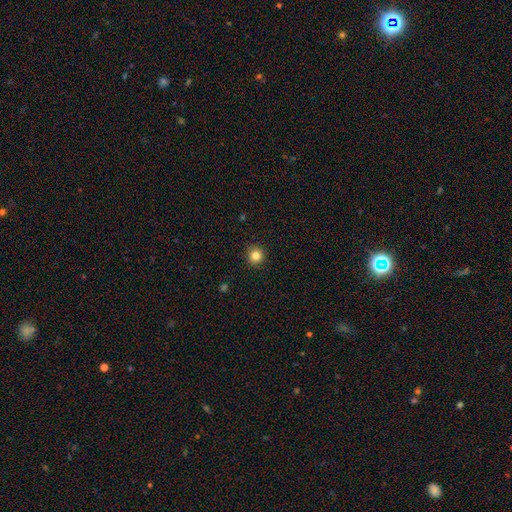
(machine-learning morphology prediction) A smooth galaxy with no disk features (84%) that is round (94%).

Vote fractions:
- Smooth or featured? smooth: 84% / star or artifact: 11% / featured or disk: 5%
- How rounded? round: 94% / in between: 5% / cigar-shaped: 1%
- Merging? none: 92% / minor disturbance: 5% / major disturbance: 2% / merger: 1%